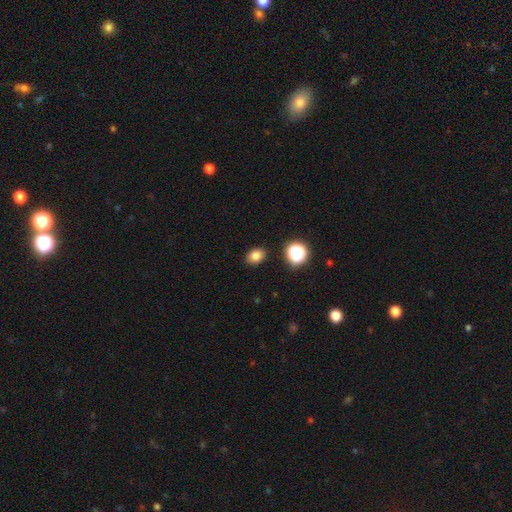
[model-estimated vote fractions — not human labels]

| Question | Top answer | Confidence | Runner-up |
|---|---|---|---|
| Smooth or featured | smooth | 81% | star or artifact (13%) |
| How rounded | in between | 58% | round (41%) |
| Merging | none | 88% | minor disturbance (8%) |